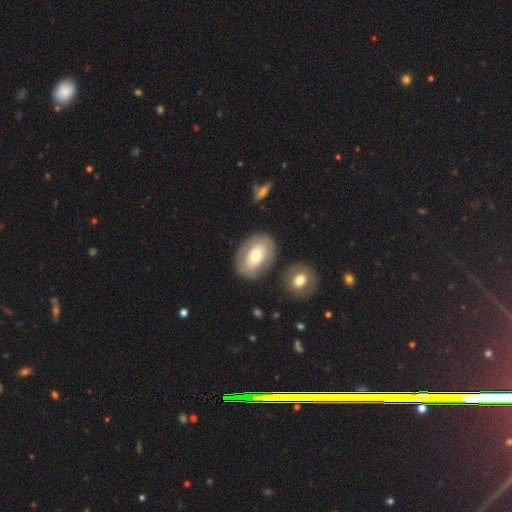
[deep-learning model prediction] A smooth galaxy with no disk features (55%) that is in between round and cigar-shaped (80%). Merging: none (78%).